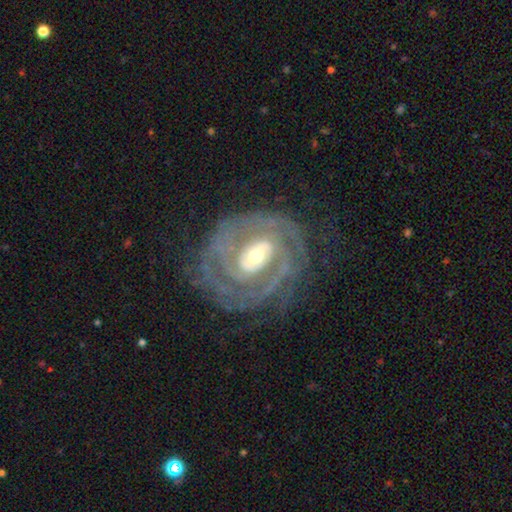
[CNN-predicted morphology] Smooth or featured? featured or disk (88%)
Edge-on disk? no (96%)
Bar? no (41%)
Spiral arms? yes (95%)
Spiral winding? tight (71%)
Spiral arm count? 2 (35%)
Bulge size? moderate (56%)
Merging? none (72%)